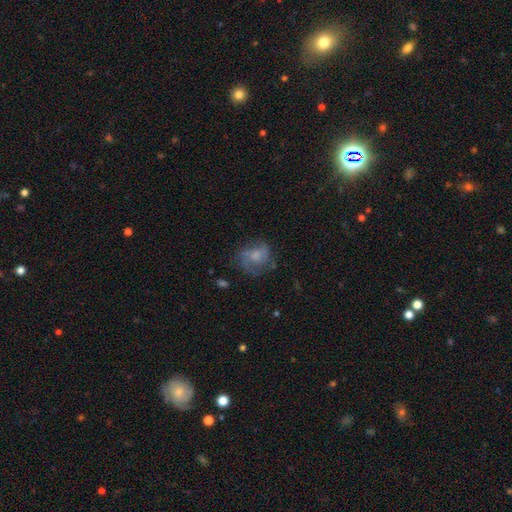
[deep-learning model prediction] smooth_or_featured: featured or disk (p=0.52) [alt: smooth p=0.38]
disk_edge_on: no (p=0.97) [alt: yes p=0.03]
bar: no (p=0.72) [alt: weak p=0.25]
has_spiral_arms: yes (p=0.71) [alt: no p=0.29]
bulge_size: moderate (p=0.35) [alt: small p=0.30]
merging: none (p=0.55) [alt: minor disturbance p=0.22]